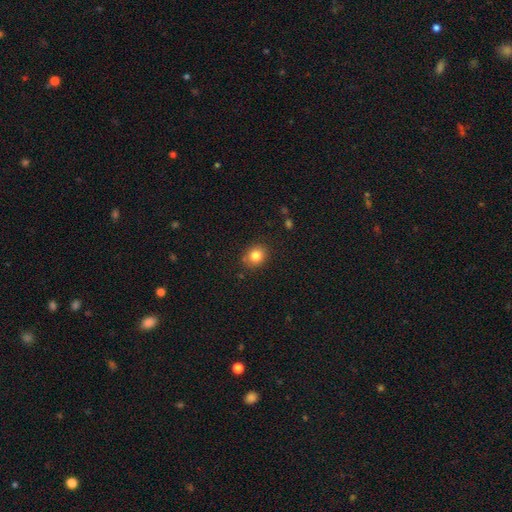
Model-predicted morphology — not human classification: Smooth or featured? smooth (82%)
How rounded? round (73%)
Merging? none (85%)